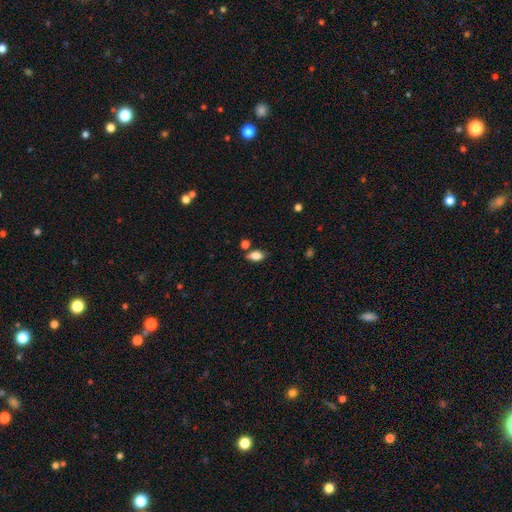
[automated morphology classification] smooth_or_featured: smooth (p=0.84) [alt: star or artifact p=0.09]
how_rounded: in between (p=0.88) [alt: round p=0.08]
merging: none (p=0.71) [alt: minor disturbance p=0.16]